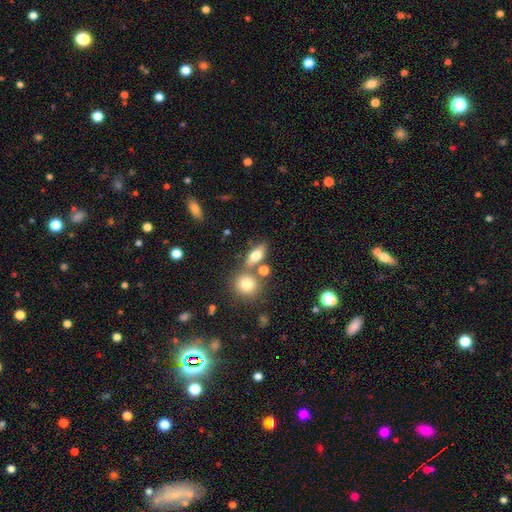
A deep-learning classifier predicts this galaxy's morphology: smooth_or_featured: smooth (p=0.68) [alt: featured or disk p=0.21]
how_rounded: in between (p=0.66) [alt: cigar-shaped p=0.18]
merging: none (p=0.62) [alt: merger p=0.22]